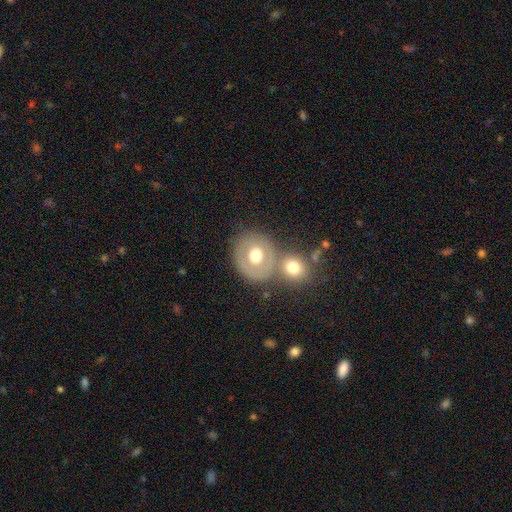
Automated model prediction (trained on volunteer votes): Morphology: type=smooth (56%); roundness=round (74%); merging=none (54%).